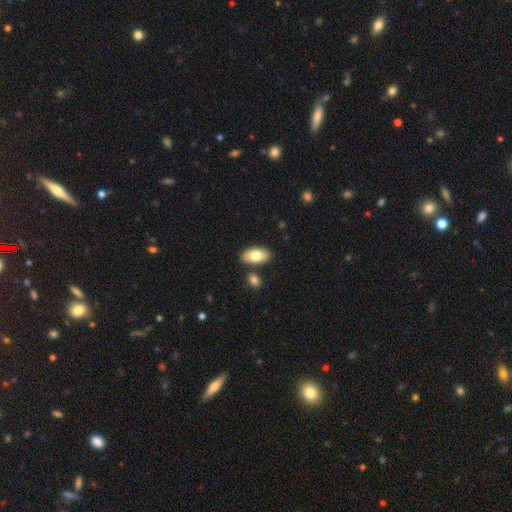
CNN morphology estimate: type=smooth (79%); roundness=in between (93%); merging=none (81%).